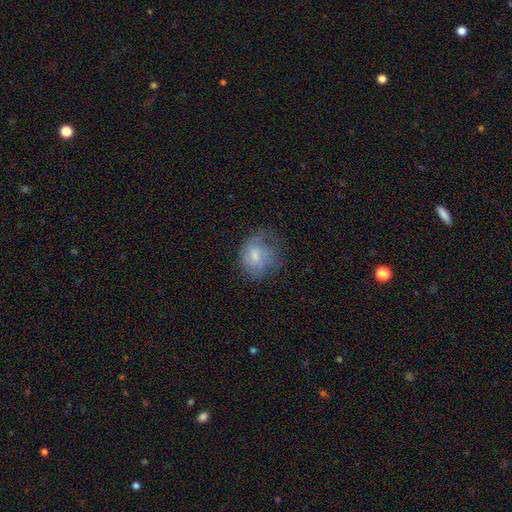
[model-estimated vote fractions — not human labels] Smooth or featured? smooth (50%)
Merging? none (44%)